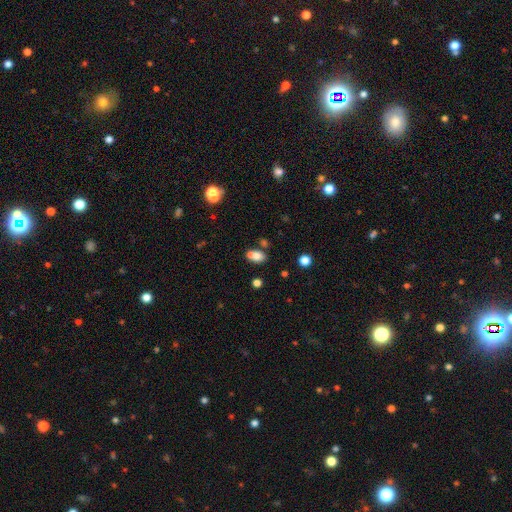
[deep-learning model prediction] smooth 77%, featured or disk 12%, star or artifact 11%. Down the decision tree: how rounded — in between (83%); merging — none (49%).